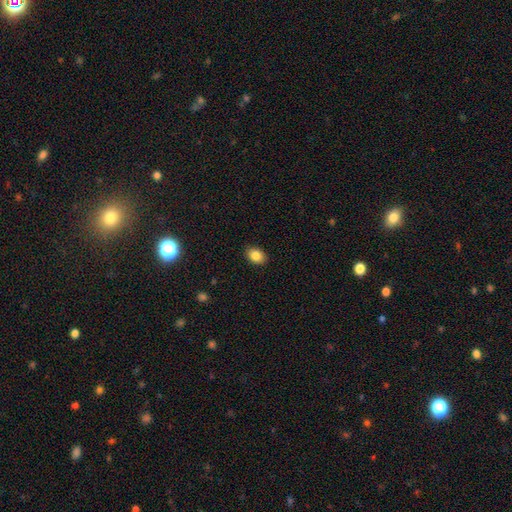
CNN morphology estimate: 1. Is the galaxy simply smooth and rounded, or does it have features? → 85% smooth, 9% star or artifact, 6% featured or disk.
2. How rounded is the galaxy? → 74% in between, 24% round, 1% cigar-shaped.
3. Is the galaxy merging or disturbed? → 89% none, 8% minor disturbance, 2% major disturbance, 1% merger.